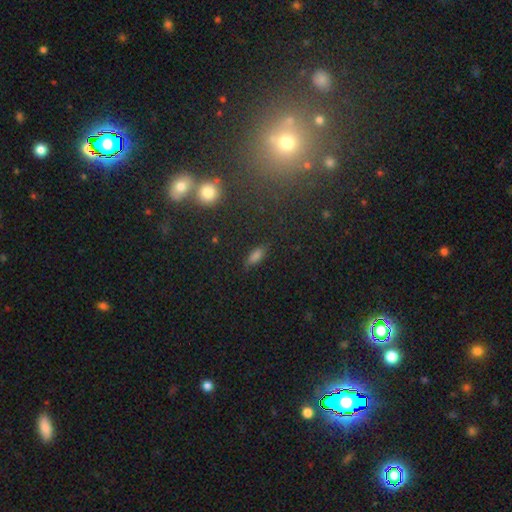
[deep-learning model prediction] Smooth or featured? smooth (70%)
How rounded? in between (67%)
Merging? none (81%)